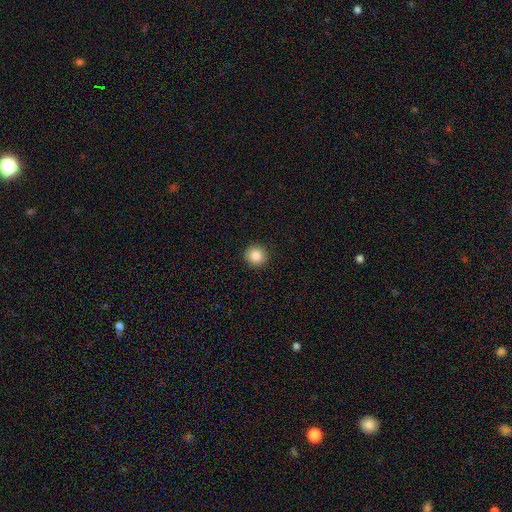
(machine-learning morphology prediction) This is clearly a smooth galaxy (86%). How rounded: clearly round (93%). Merging: clearly none (93%).